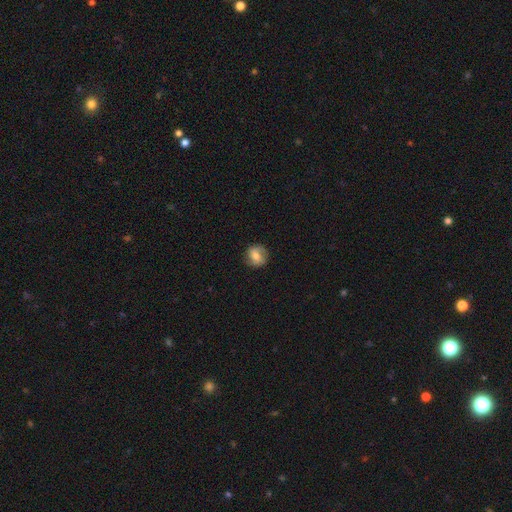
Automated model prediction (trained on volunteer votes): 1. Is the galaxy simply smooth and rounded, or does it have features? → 63% smooth, 28% featured or disk, 9% star or artifact.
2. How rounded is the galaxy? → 82% round, 17% in between, 1% cigar-shaped.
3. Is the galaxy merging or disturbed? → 80% none, 15% minor disturbance, 4% major disturbance, 1% merger.